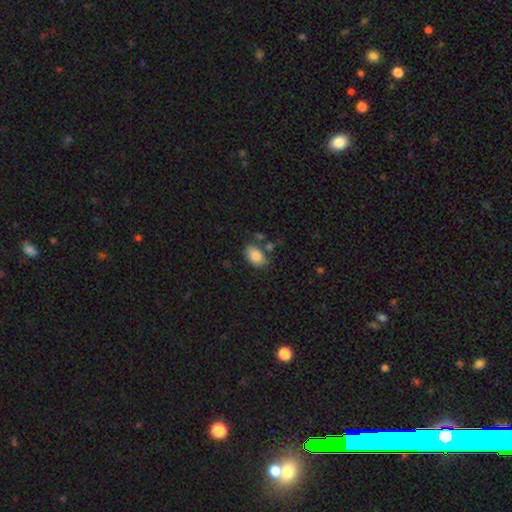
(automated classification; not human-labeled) Smooth or featured?
  - smooth: 86% *
  - star or artifact: 7%
  - featured or disk: 6%
How rounded?
  - in between: 90% *
  - round: 9%
  - cigar-shaped: 1%
Merging?
  - none: 69% *
  - minor disturbance: 18%
  - merger: 8%
  - major disturbance: 5%